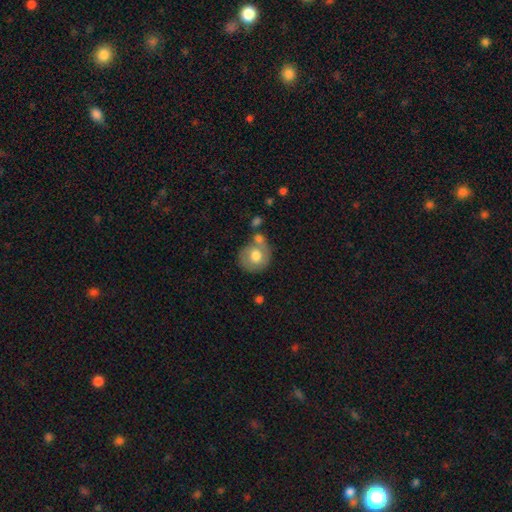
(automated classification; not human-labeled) A smooth galaxy with no disk features (65%) that is round (82%). Merging: none (53%).